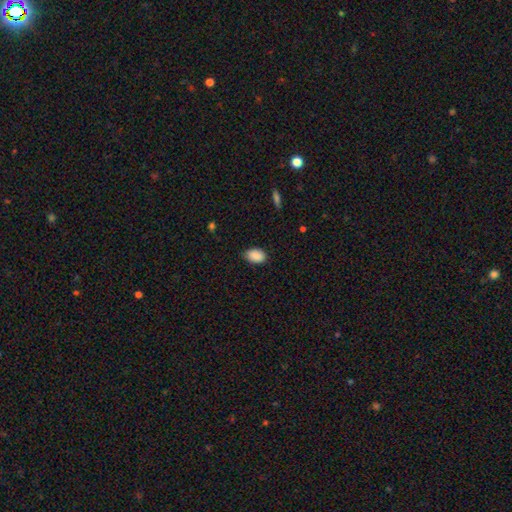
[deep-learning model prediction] Overall: smooth (90%). How rounded: in between (86%). Merging: none (80%).